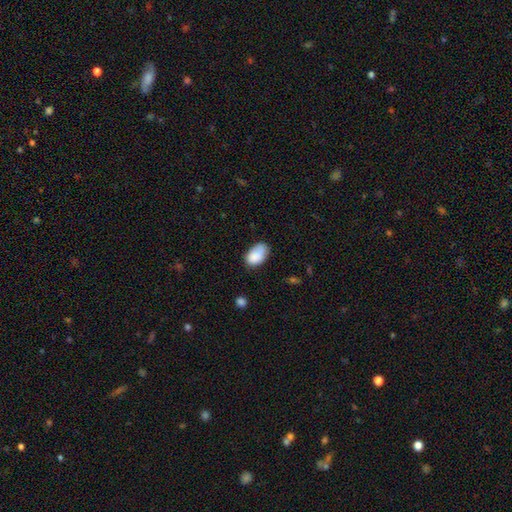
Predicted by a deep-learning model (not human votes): A smooth galaxy with no disk features (86%) that is in between round and cigar-shaped (91%). Merging: none (59%).